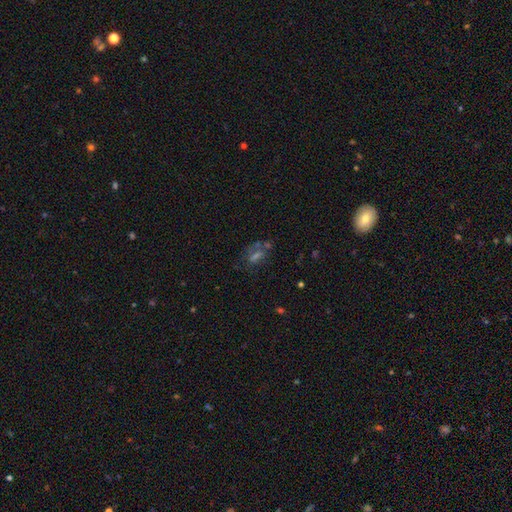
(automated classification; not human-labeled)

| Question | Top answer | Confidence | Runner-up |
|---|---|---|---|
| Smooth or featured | star or artifact | 36% | featured or disk (33%) |